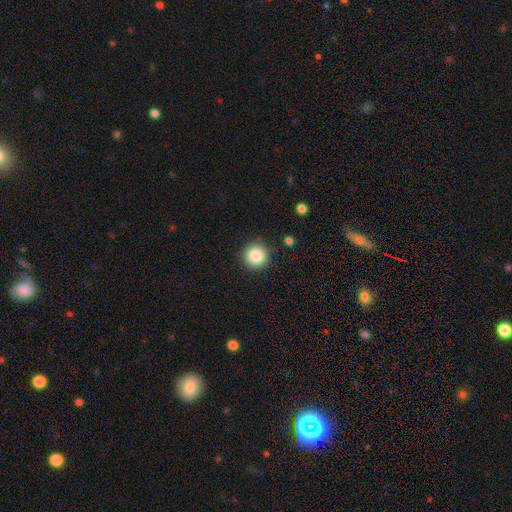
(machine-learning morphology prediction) Smooth or featured: smooth — 86% (star or artifact — 10%)
How rounded: round — 95% (in between — 4%)
Merging: none — 90% (minor disturbance — 7%)